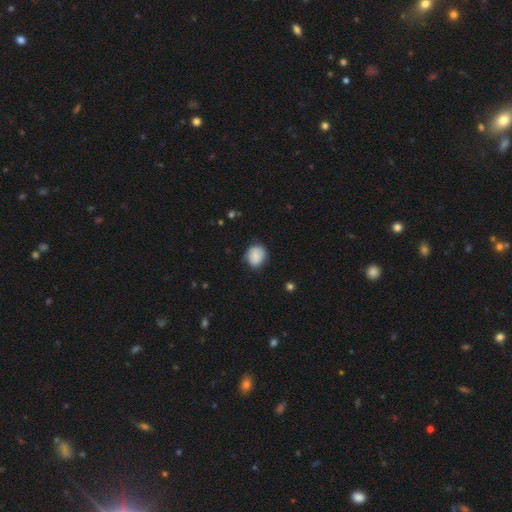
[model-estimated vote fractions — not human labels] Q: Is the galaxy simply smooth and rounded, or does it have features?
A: smooth — 82%.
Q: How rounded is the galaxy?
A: round — 63%.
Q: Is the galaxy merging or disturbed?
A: none — 70%.